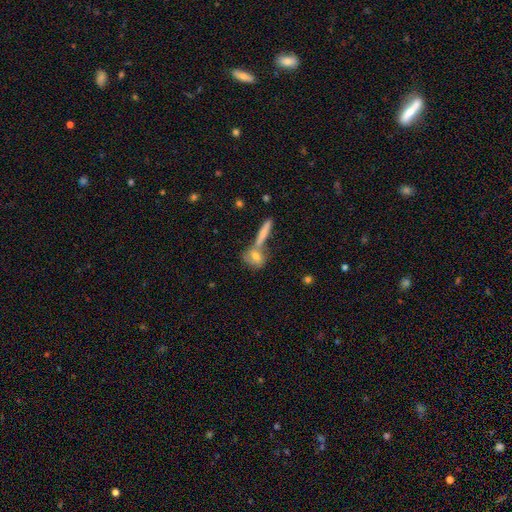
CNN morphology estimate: This appears to be a smooth galaxy with no disk features (55%) that is in between round and cigar-shaped (38%). Merging: none (47%).